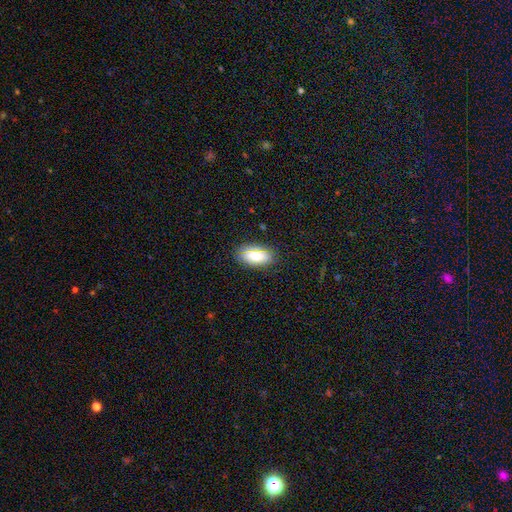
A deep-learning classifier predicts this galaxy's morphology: A smooth galaxy with no disk features (79%) that is in between round and cigar-shaped (89%).

Vote fractions:
- Smooth or featured? smooth: 79% / featured or disk: 11% / star or artifact: 10%
- How rounded? in between: 89% / cigar-shaped: 6% / round: 5%
- Merging? none: 84% / minor disturbance: 12% / major disturbance: 3% / merger: 1%